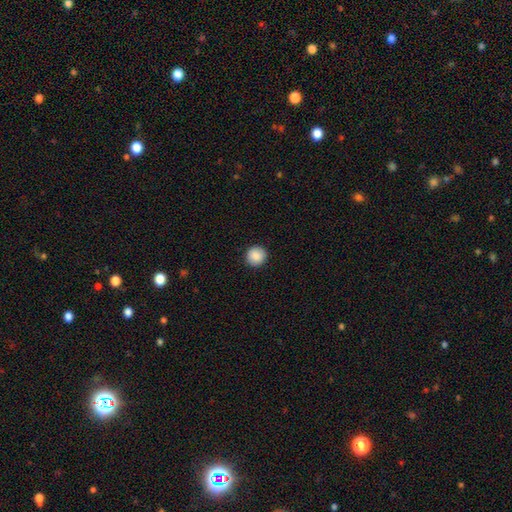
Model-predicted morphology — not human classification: Q: Smooth or featured?
A: smooth (89%); runner-up: star or artifact (8%)
Q: How rounded?
A: round (94%); runner-up: in between (5%)
Q: Merging?
A: none (92%); runner-up: minor disturbance (5%)